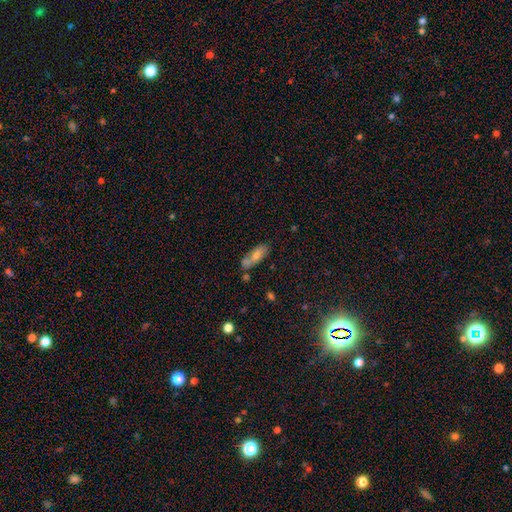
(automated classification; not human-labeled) Smooth or featured? Predicted: smooth (p=0.67). How rounded? Predicted: in between (p=0.70). Merging? Predicted: none (p=0.46).